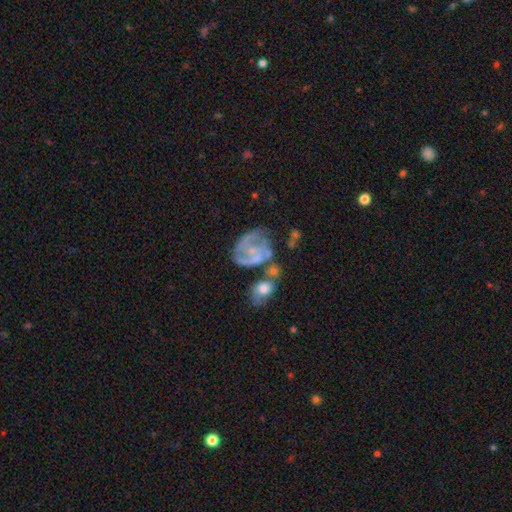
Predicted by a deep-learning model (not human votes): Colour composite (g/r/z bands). It shows a featured or disk galaxy (69%) with no bar (72%), spiral arms (72%) and a small central bulge (60%). Merging: none (35%).